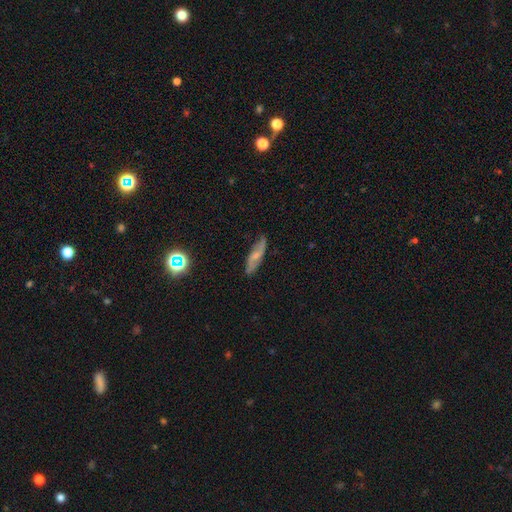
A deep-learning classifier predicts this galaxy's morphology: Q: Smooth or featured?
A: featured or disk (56%); runner-up: smooth (35%)
Q: Edge-on disk?
A: no (72%); runner-up: yes (28%)
Q: Merging?
A: none (78%); runner-up: minor disturbance (17%)